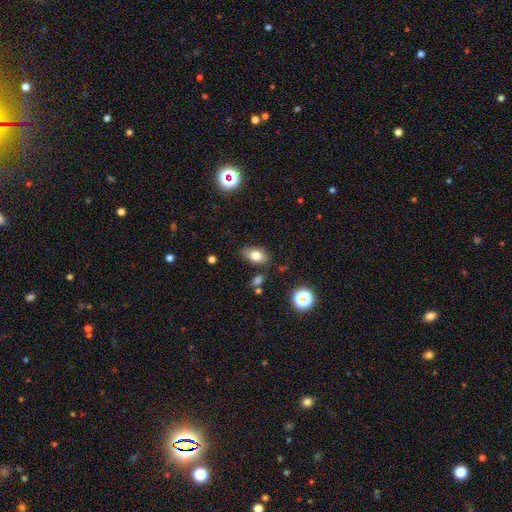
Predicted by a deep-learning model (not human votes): Q: Smooth or featured?
A: smooth (77%); runner-up: featured or disk (12%)
Q: How rounded?
A: in between (88%); runner-up: round (10%)
Q: Merging?
A: none (80%); runner-up: minor disturbance (14%)